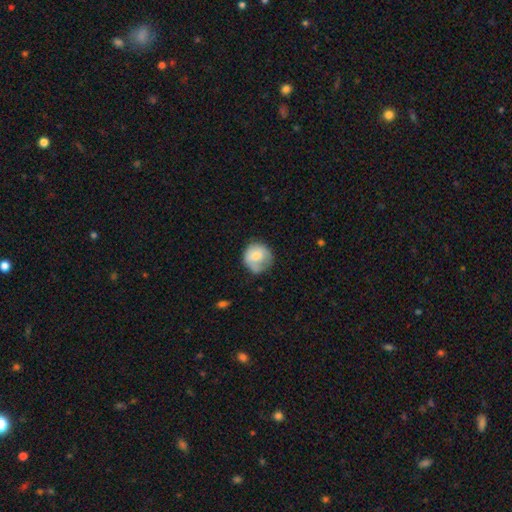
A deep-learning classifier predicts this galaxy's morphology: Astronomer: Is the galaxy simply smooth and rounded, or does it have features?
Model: smooth — 73%.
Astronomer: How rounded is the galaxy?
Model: round — 85%.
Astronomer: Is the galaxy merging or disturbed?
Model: none — 51% (runner-up: minor disturbance, 33%).